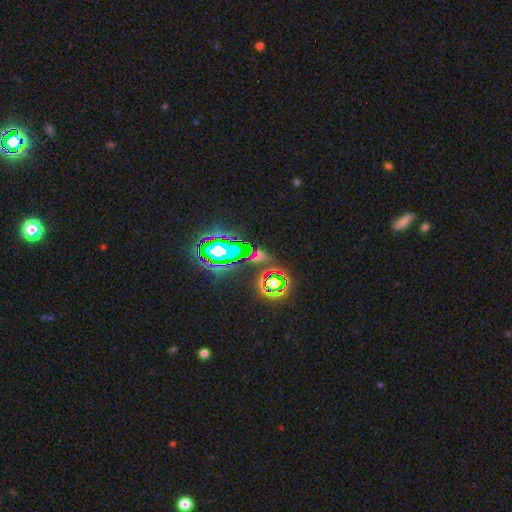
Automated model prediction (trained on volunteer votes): Morphology: type=star or artifact (71%).